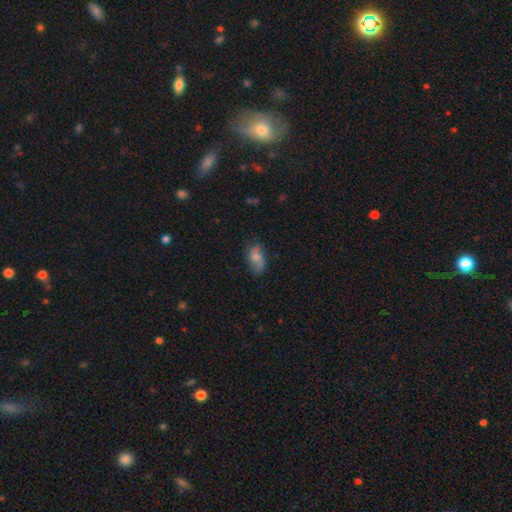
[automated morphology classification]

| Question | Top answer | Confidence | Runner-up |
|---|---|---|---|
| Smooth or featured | smooth | 65% | featured or disk (25%) |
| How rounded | in between | 88% | round (8%) |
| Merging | none | 56% | minor disturbance (28%) |